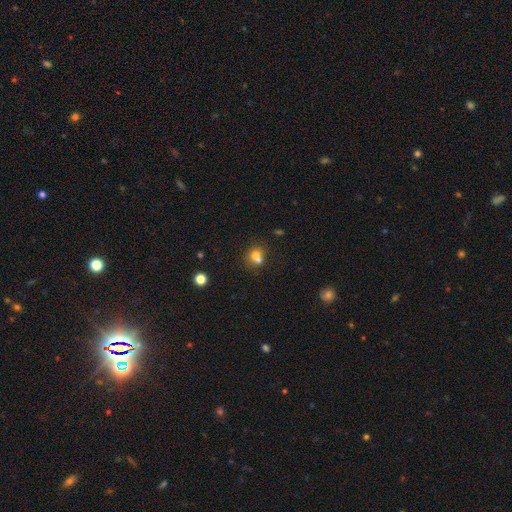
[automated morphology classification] Q: Smooth or featured?
A: smooth (72%); runner-up: featured or disk (15%)
Q: How rounded?
A: round (67%); runner-up: in between (32%)
Q: Merging?
A: merger (46%); runner-up: none (39%)